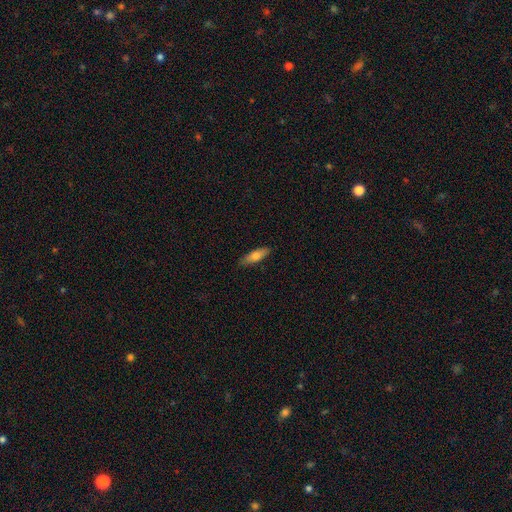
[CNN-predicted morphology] A smooth galaxy with no disk features (71%) that is cigar-shaped (50%).

Vote fractions:
- Smooth or featured? smooth: 71% / featured or disk: 23% / star or artifact: 6%
- How rounded? cigar-shaped: 50% / in between: 48% / round: 2%
- Merging? none: 87% / minor disturbance: 10% / major disturbance: 2% / merger: 1%